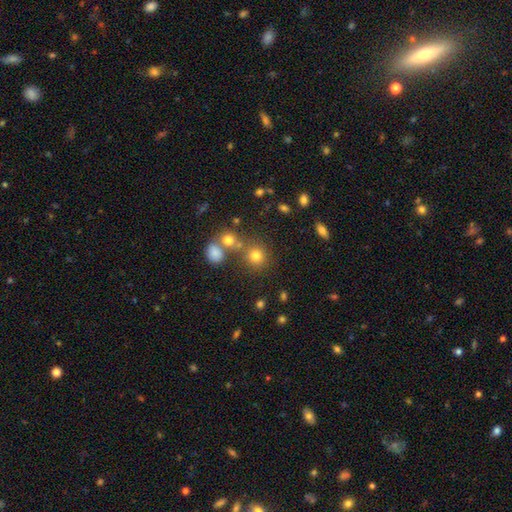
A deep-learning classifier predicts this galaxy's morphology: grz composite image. It shows a smooth galaxy with no disk features (75%) that is round (87%). Merging: none (70%).